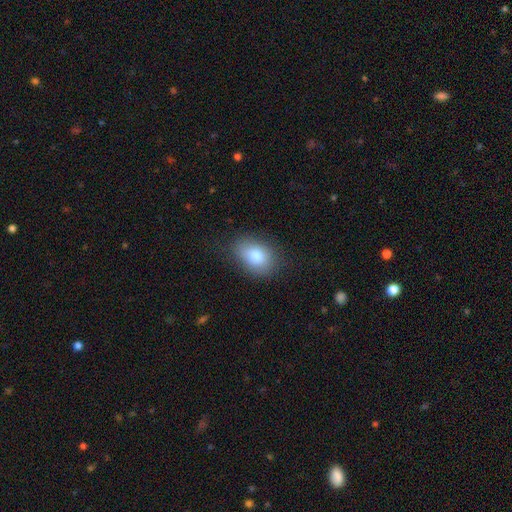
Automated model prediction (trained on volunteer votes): Q: Smooth or featured?
A: smooth (82%); runner-up: featured or disk (10%)
Q: How rounded?
A: in between (80%); runner-up: round (18%)
Q: Merging?
A: none (77%); runner-up: minor disturbance (17%)